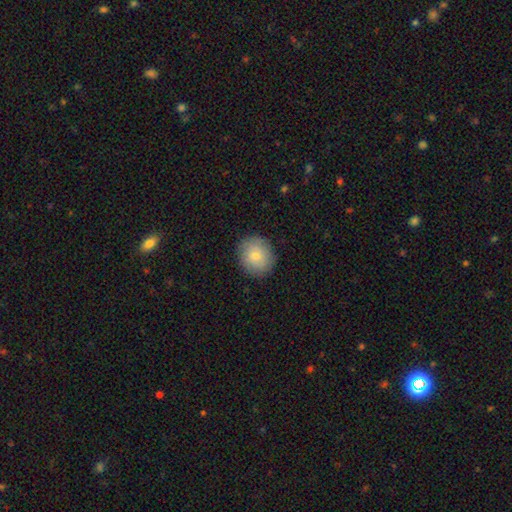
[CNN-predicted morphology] Smooth or featured: smooth — 80% (featured or disk — 12%)
How rounded: round — 79% (in between — 20%)
Merging: none — 87% (minor disturbance — 10%)